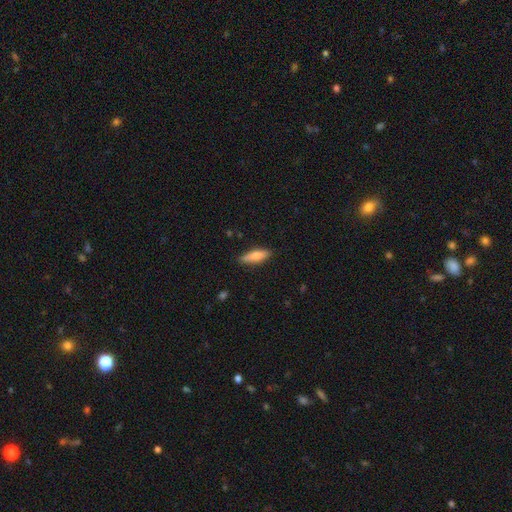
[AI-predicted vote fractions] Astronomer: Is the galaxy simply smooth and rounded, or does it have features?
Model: smooth — 78%.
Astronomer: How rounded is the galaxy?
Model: cigar-shaped — 51% (runner-up: in between, 47%).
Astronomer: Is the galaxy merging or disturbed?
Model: none — 84%.